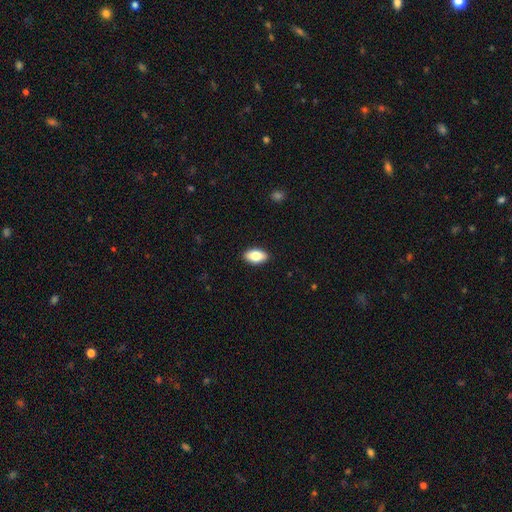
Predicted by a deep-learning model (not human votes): Smooth or featured? smooth (81%)
How rounded? in between (92%)
Merging? none (90%)